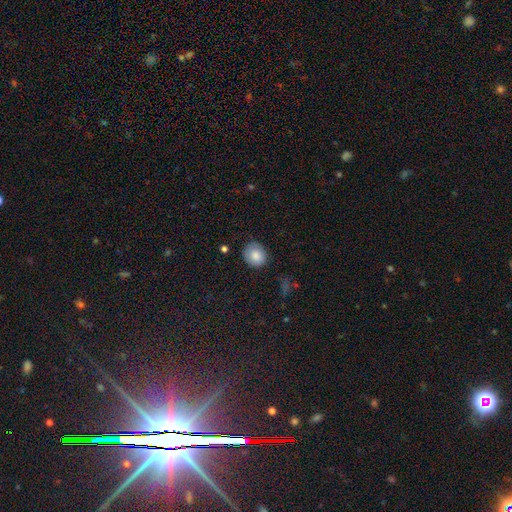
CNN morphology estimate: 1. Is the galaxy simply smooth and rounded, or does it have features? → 83% smooth, 9% featured or disk, 8% star or artifact.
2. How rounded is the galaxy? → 75% round, 25% in between, 1% cigar-shaped.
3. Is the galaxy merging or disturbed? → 77% none, 18% minor disturbance, 4% major disturbance, 2% merger.